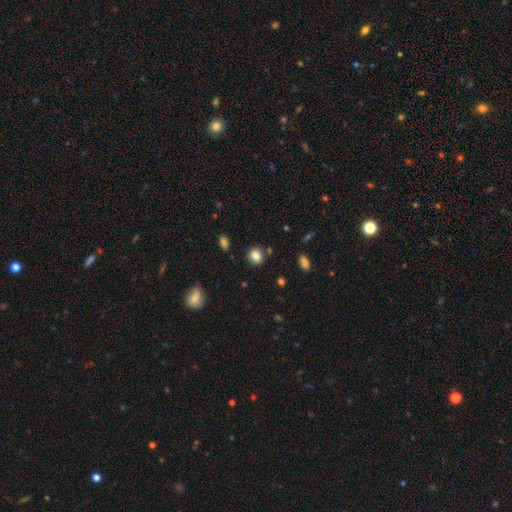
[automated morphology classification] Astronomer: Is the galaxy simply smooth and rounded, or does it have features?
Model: smooth — 83%.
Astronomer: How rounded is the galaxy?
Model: round — 66%.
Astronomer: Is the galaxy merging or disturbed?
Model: none — 83%.